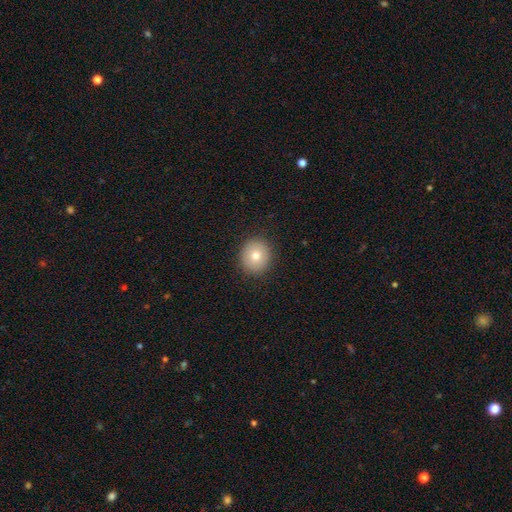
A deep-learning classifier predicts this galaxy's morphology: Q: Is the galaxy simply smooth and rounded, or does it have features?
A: smooth — 76%.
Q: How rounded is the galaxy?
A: round — 79%.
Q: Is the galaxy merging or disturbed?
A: none — 89%.